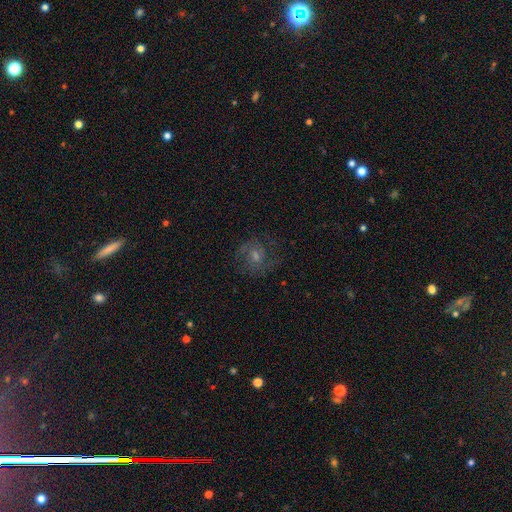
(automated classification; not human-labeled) Smooth or featured? Predicted: featured or disk (p=0.59). Edge-on disk? Predicted: no (p=0.97). Bar? Predicted: no (p=0.67). Spiral arms? Predicted: yes (p=0.87). Bulge size? Predicted: moderate (p=0.47). Merging? Predicted: none (p=0.74).